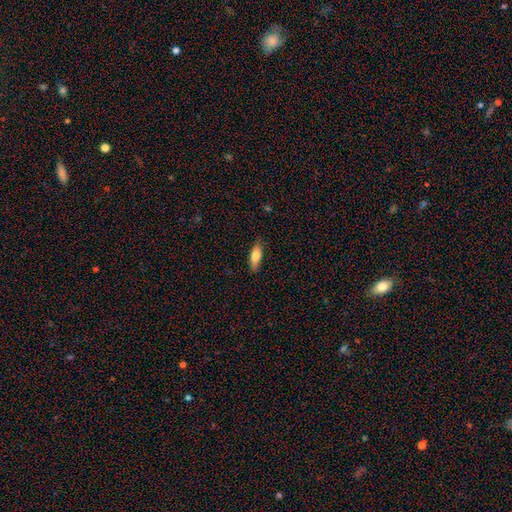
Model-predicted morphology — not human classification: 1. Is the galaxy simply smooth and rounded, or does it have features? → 74% smooth, 20% featured or disk, 6% star or artifact.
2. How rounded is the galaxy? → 64% in between, 34% cigar-shaped, 2% round.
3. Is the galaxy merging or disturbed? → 83% none, 14% minor disturbance, 2% major disturbance, 1% merger.